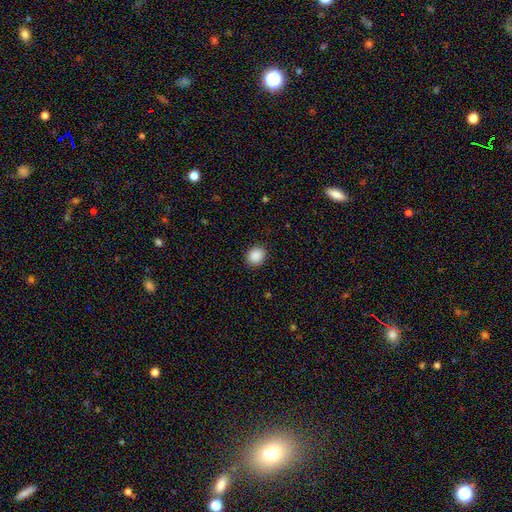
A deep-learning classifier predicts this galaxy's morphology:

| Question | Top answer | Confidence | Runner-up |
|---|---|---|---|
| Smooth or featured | smooth | 89% | star or artifact (8%) |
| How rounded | round | 70% | in between (30%) |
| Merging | none | 89% | minor disturbance (7%) |